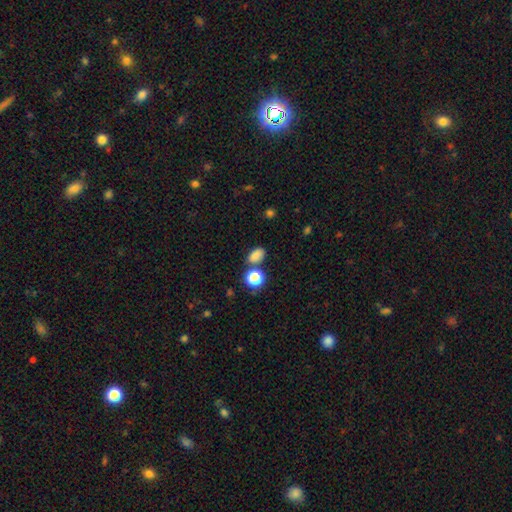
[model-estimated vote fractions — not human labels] Morphology: type=smooth (79%); roundness=in between (77%); merging=none (72%).